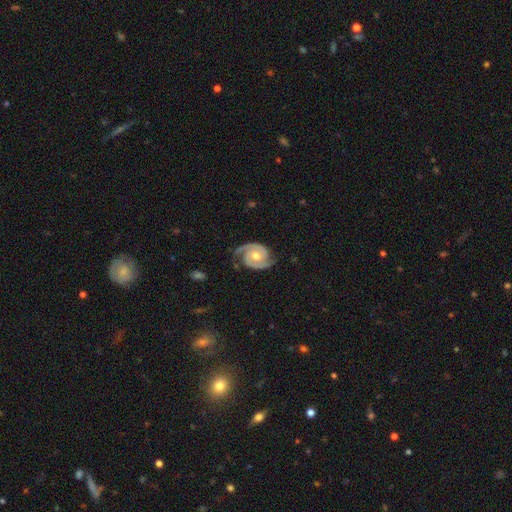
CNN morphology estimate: Smooth or featured: featured or disk — 92% (star or artifact — 4%)
Edge-on disk: no — 98% (yes — 2%)
Bar: no — 68% (weak — 24%)
Spiral arms: yes — 98% (no — 2%)
Spiral winding: tight — 53% (medium — 40%)
Spiral arm count: 2 — 93% (3 — 2%)
Bulge size: moderate — 76% (small — 18%)
Merging: none — 79% (minor disturbance — 15%)